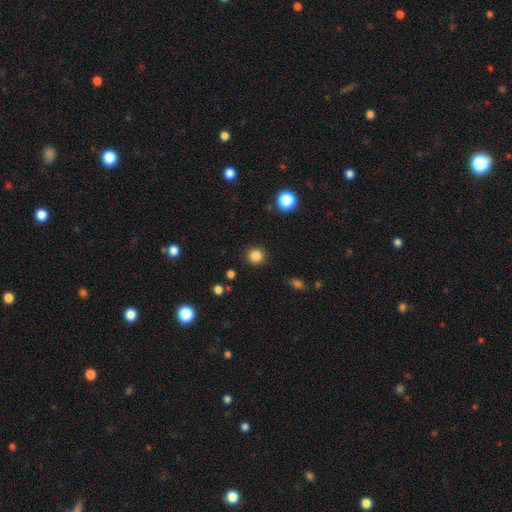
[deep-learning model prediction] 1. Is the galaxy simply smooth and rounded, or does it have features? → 84% smooth, 12% star or artifact, 4% featured or disk.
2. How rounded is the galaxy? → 94% round, 5% in between, 1% cigar-shaped.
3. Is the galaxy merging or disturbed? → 91% none, 5% minor disturbance, 2% major disturbance, 1% merger.